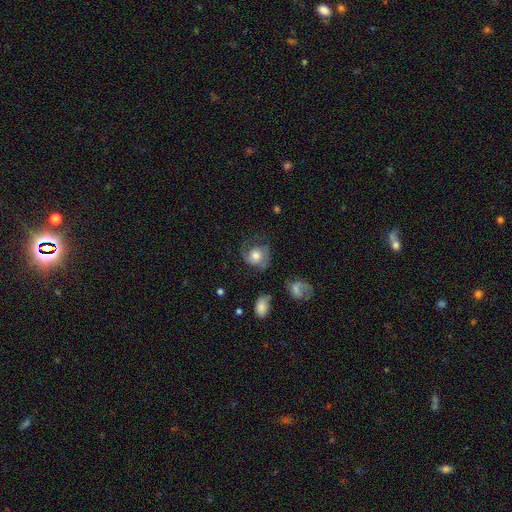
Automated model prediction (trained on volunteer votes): This appears to be a smooth galaxy with no disk features (48%). Merging: none (50%).